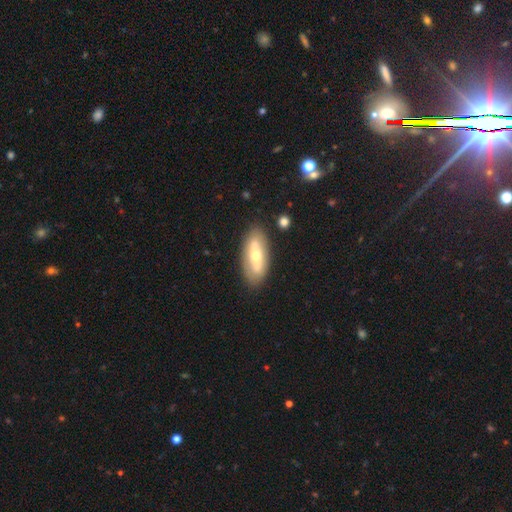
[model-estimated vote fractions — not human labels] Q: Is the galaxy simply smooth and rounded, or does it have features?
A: featured or disk — 52%.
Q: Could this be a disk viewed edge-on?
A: no — 79%.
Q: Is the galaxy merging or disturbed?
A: none — 82%.